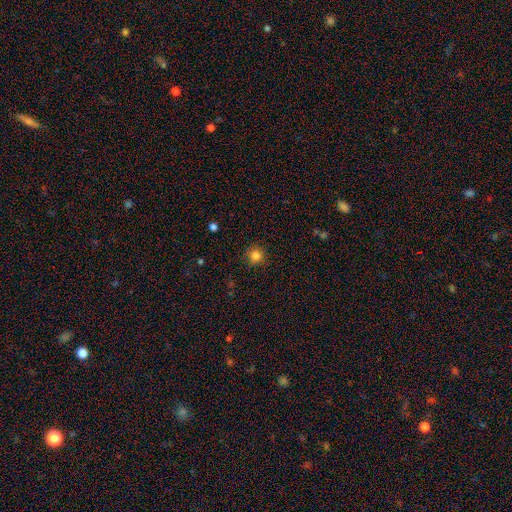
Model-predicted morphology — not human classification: Q: Smooth or featured?
A: smooth (83%); runner-up: star or artifact (13%)
Q: How rounded?
A: round (94%); runner-up: in between (5%)
Q: Merging?
A: none (89%); runner-up: minor disturbance (7%)